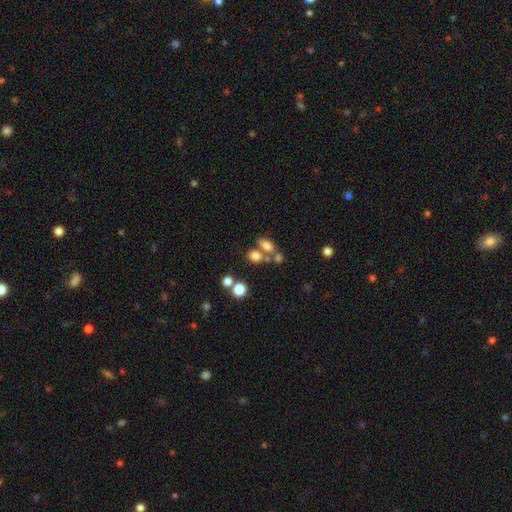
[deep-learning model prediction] smooth 75%, star or artifact 15%, featured or disk 11%. Down the decision tree: how rounded — in between (66%); merging — none (48%).